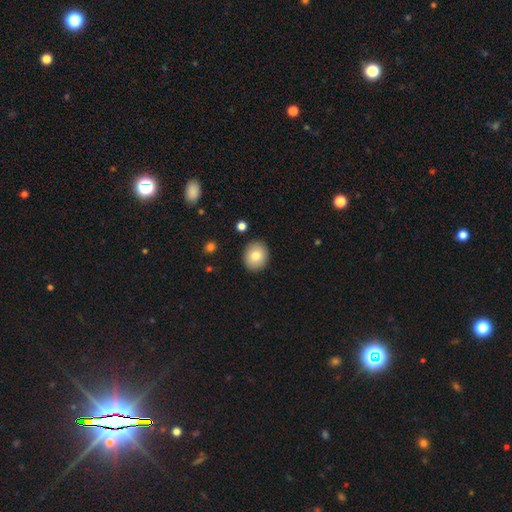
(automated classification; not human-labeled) smooth-or-featured: smooth: 80% | featured or disk: 11% | star or artifact: 8%
  how-rounded: round: 71% | in between: 29% | cigar-shaped: 1%
  merging: none: 90% | minor disturbance: 7% | major disturbance: 2% | merger: 1%